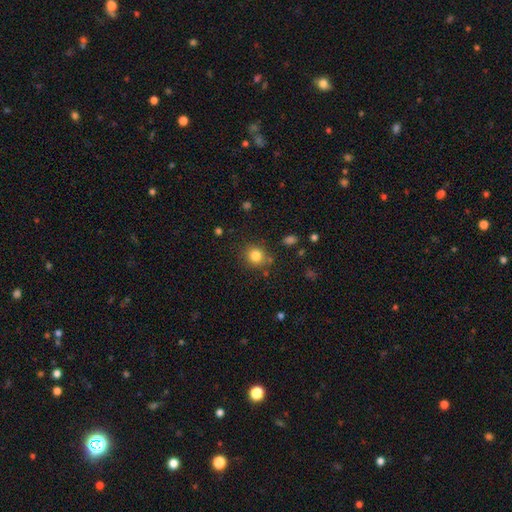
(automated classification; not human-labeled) Morphology: type=smooth (82%); roundness=round (83%); merging=none (81%).